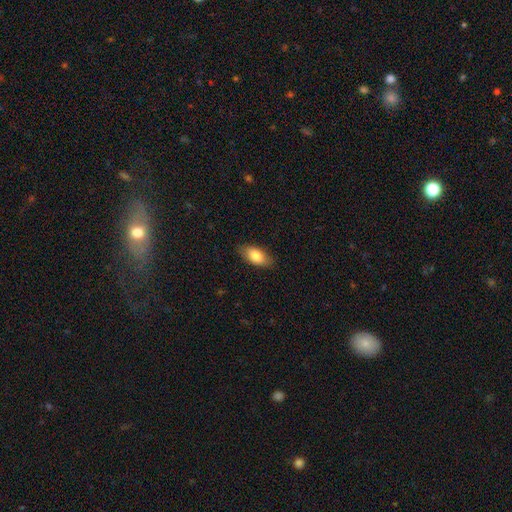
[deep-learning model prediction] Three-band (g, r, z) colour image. It shows a smooth galaxy with no disk features (81%) that is in between round and cigar-shaped (90%). Merging: none (84%).